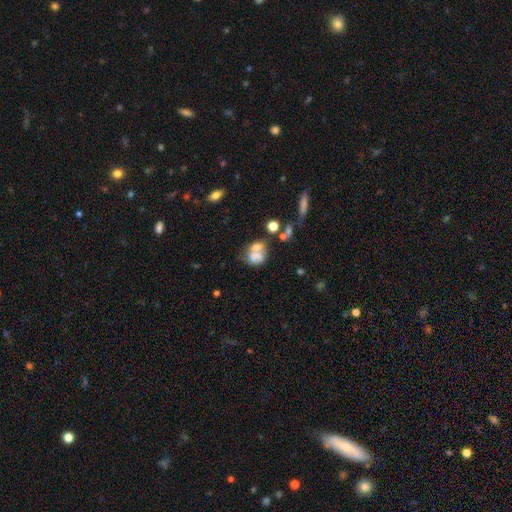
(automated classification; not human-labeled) Smooth or featured: smooth — 58% (featured or disk — 30%)
How rounded: in between — 51% (round — 48%)
Merging: merger — 49% (none — 24%)